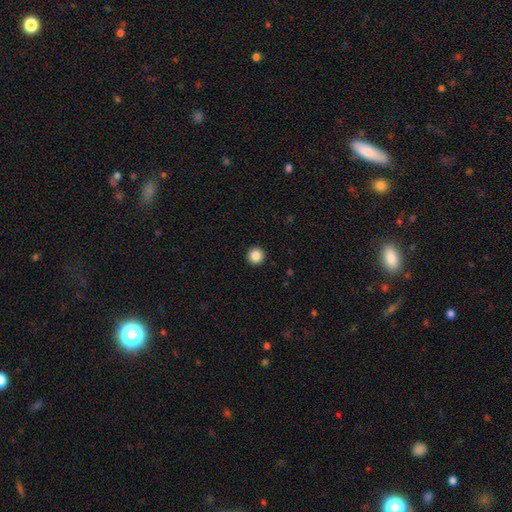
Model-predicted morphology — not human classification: smooth 88%, star or artifact 9%, featured or disk 3%. Down the decision tree: how rounded — round (96%); merging — none (94%).